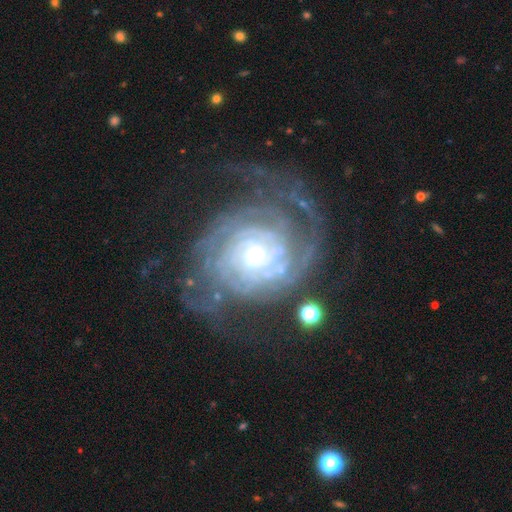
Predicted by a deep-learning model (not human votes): This appears to be a featured or disk galaxy (89%) with no bar (61%), tight (74%) spiral arms (96%) and a small central bulge (68%). Merging: none (59%).